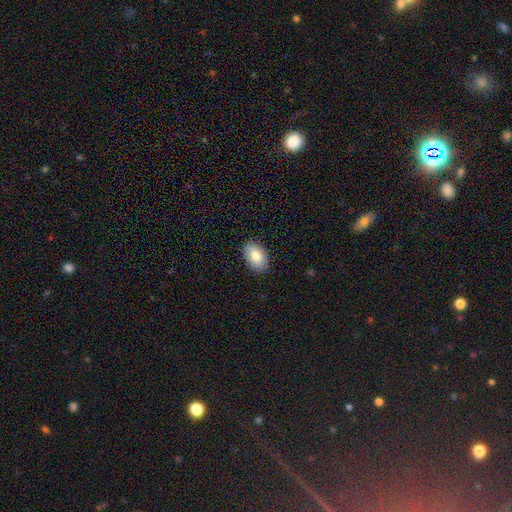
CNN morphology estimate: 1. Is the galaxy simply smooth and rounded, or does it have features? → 84% smooth, 10% featured or disk, 7% star or artifact.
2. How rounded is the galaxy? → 91% in between, 8% round, 1% cigar-shaped.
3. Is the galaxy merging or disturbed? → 89% none, 8% minor disturbance, 2% major disturbance, 1% merger.